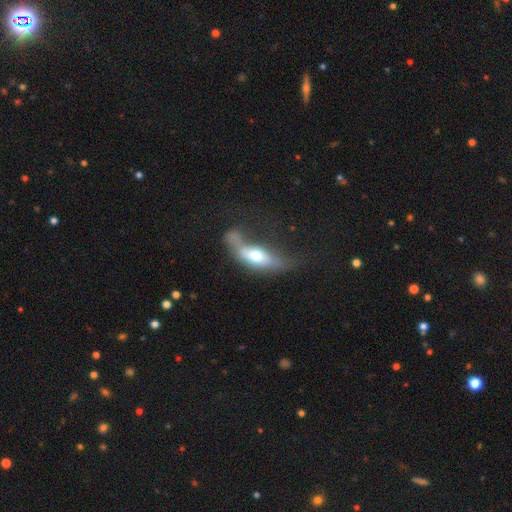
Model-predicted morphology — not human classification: smooth_or_featured: smooth (p=0.54) [alt: featured or disk p=0.39]
how_rounded: in between (p=0.60) [alt: cigar-shaped p=0.35]
merging: major disturbance (p=0.37) [alt: none p=0.23]